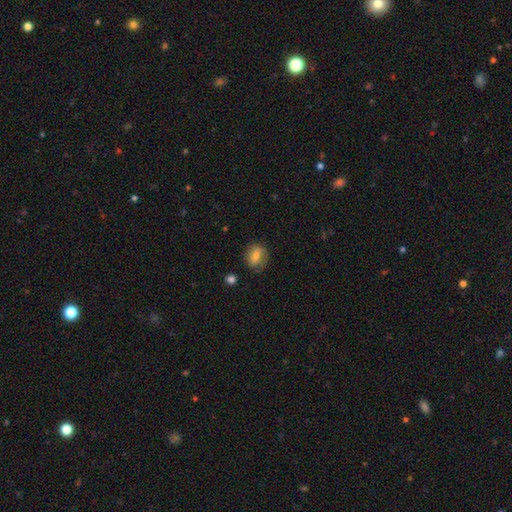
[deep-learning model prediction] smooth 65%, featured or disk 26%, star or artifact 9%. Down the decision tree: how rounded — in between (53%); merging — none (71%).